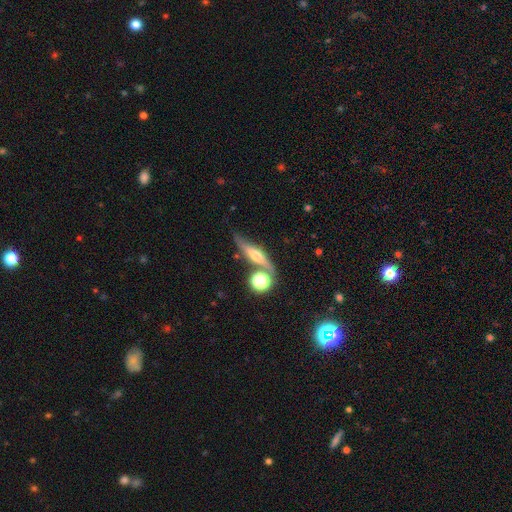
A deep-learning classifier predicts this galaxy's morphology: Smooth or featured? Predicted: featured or disk (p=0.57). Edge-on disk? Predicted: yes (p=0.85). Merging? Predicted: none (p=0.65).